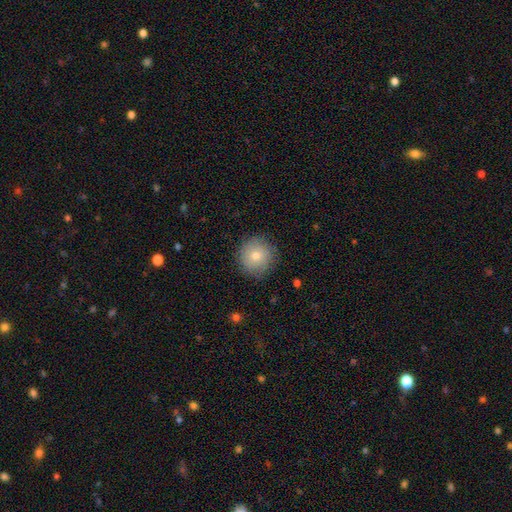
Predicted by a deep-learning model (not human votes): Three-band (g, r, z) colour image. It shows a smooth galaxy with no disk features (75%) that is round (94%). Merging: none (88%).